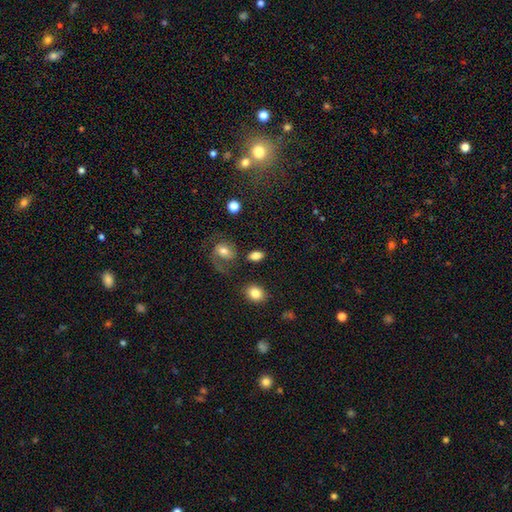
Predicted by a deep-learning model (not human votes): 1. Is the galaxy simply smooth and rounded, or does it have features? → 81% smooth, 11% featured or disk, 8% star or artifact.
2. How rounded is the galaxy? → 85% in between, 12% round, 3% cigar-shaped.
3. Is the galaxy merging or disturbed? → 75% none, 12% minor disturbance, 7% merger, 6% major disturbance.